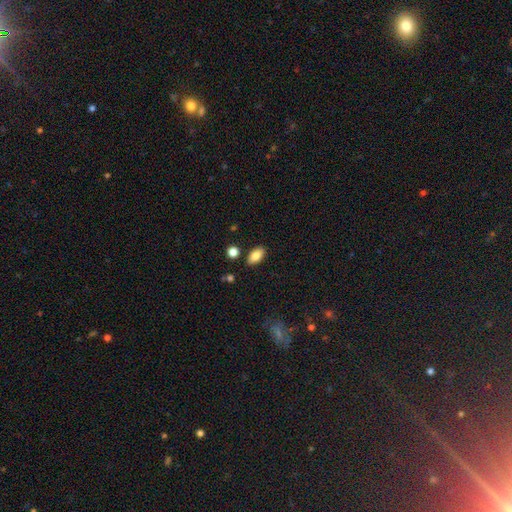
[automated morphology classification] This is clearly a smooth galaxy (85%). How rounded: clearly in between (91%). Merging: clearly none (85%).